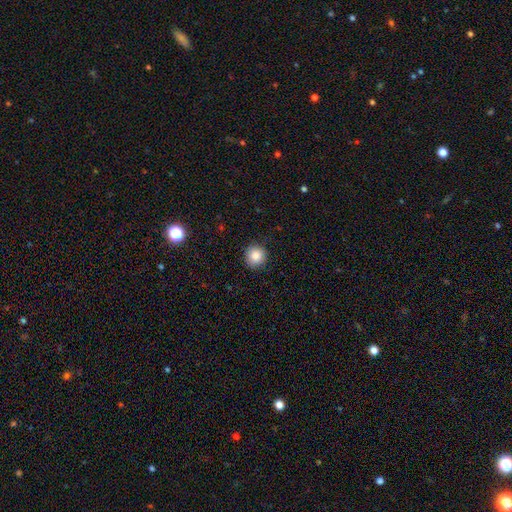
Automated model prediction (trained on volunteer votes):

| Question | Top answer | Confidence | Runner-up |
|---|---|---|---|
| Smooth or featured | smooth | 86% | star or artifact (10%) |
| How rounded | round | 94% | in between (5%) |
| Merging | none | 89% | minor disturbance (8%) |